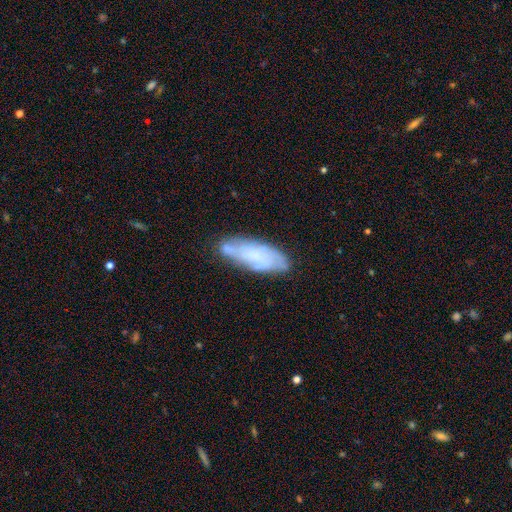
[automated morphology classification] smooth-or-featured: featured or disk: 50% | smooth: 41% | star or artifact: 9%
  merging: none: 66% | minor disturbance: 22% | major disturbance: 6% | merger: 6%